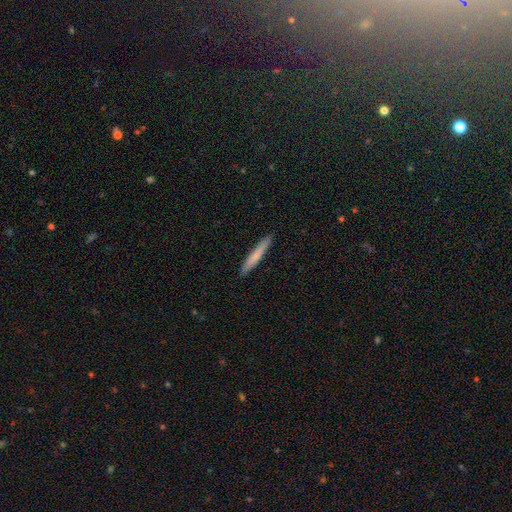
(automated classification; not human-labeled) This is likely a smooth galaxy (71%). How rounded: clearly cigar-shaped (96%). Merging: clearly none (91%).